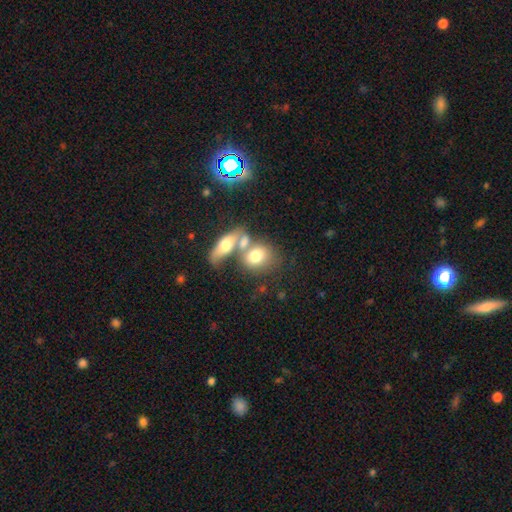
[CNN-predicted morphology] A smooth galaxy with no disk features (70%) that is in between round and cigar-shaped (66%).

Vote fractions:
- Smooth or featured? smooth: 70% / featured or disk: 23% / star or artifact: 8%
- How rounded? in between: 66% / round: 31% / cigar-shaped: 3%
- Merging? merger: 57% / none: 27% / minor disturbance: 10% / major disturbance: 7%